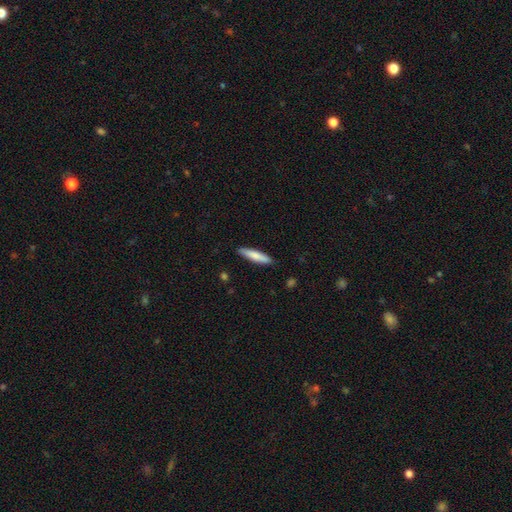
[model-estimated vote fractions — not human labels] Q: Smooth or featured?
A: smooth (79%); runner-up: featured or disk (15%)
Q: How rounded?
A: cigar-shaped (83%); runner-up: in between (15%)
Q: Merging?
A: none (89%); runner-up: minor disturbance (8%)